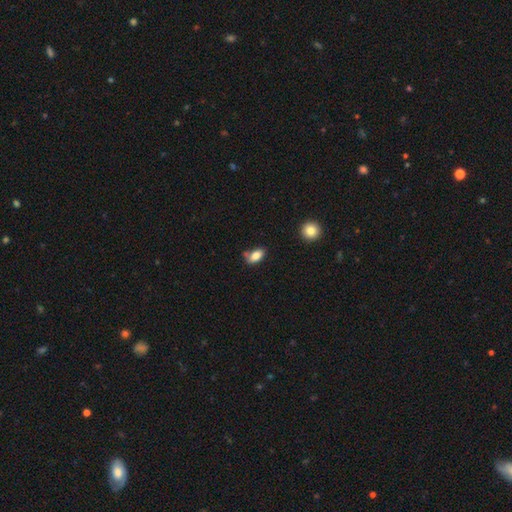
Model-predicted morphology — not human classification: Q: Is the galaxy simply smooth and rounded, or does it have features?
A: smooth — 82%.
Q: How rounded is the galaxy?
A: in between — 90%.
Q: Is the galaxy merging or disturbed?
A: none — 58%.